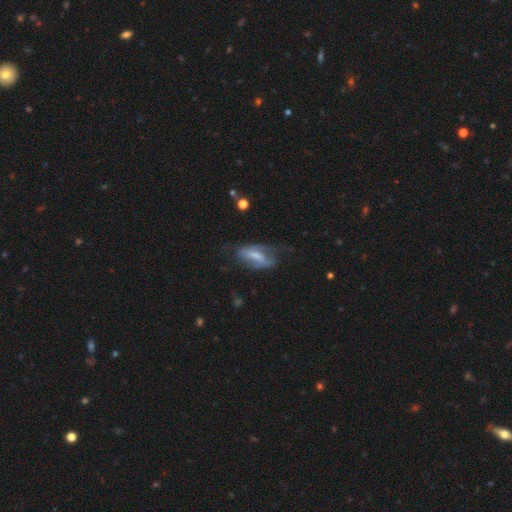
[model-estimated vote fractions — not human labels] This appears to be a featured or disk galaxy (67%) with a weak bar (43%), spiral arms (80%) and a small central bulge (40%). Merging: none (49%).